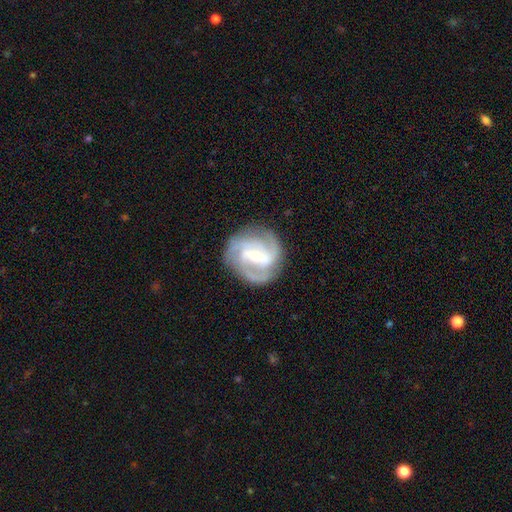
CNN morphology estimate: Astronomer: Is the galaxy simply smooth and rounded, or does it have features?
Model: featured or disk — 88%.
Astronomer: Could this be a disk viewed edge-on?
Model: no — 98%.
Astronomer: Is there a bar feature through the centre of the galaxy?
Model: weak — 47% (runner-up: strong, 34%).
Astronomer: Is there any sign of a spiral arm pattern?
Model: yes — 97%.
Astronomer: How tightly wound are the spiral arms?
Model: medium — 47% (runner-up: tight, 40%).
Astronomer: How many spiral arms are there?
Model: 3 — 47% (runner-up: 2, 25%).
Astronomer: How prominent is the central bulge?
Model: moderate — 49% (runner-up: small, 47%).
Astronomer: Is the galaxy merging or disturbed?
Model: none — 79%.